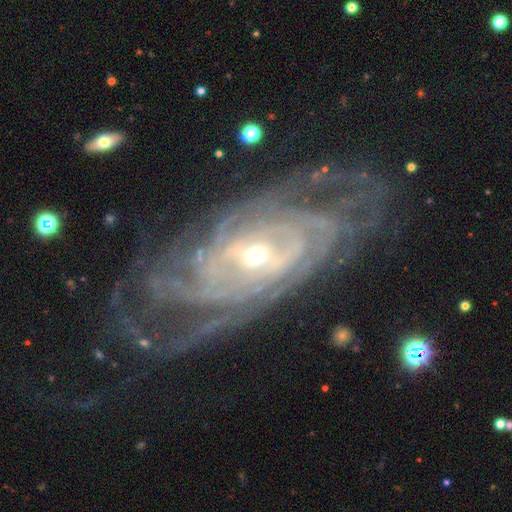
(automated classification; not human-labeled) A featured or disk galaxy (90%) with no bar (46%), tight (70%) spiral arms (96%) and a small central bulge (61%).

Vote fractions:
- Smooth or featured? featured or disk: 90% / star or artifact: 5% / smooth: 5%
- Edge-on disk? no: 94% / yes: 6%
- Bar? no: 46% / weak: 33% / strong: 21%
- Spiral arms? yes: 96% / no: 4%
- Spiral winding? tight: 70% / medium: 23% / loose: 8%
- Spiral arm count? can't tell: 28% / 2: 18% / 4: 16% / more than 4: 15% / 3: 14% / 1: 8%
- Bulge size? small: 61% / moderate: 35% / large: 2% / none: 1% / dominant: 1%
- Merging? none: 65% / minor disturbance: 19% / major disturbance: 14% / merger: 3%